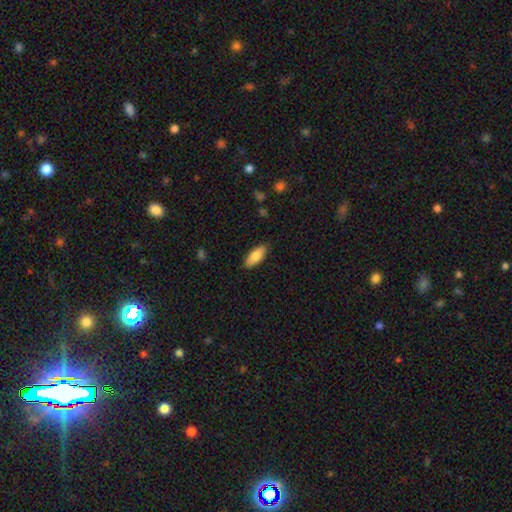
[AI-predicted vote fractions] smooth_or_featured: smooth (p=0.81) [alt: featured or disk p=0.13]
how_rounded: in between (p=0.79) [alt: cigar-shaped p=0.19]
merging: none (p=0.87) [alt: minor disturbance p=0.10]